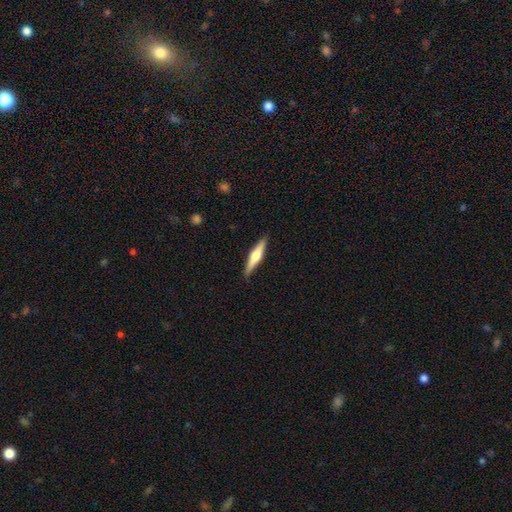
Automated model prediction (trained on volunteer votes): The model was most divided on "smooth or featured": featured or disk: 59%, smooth: 36%, star or artifact: 6%. More confident: edge-on disk — yes (97%); merging — none (88%); edge-on bulge — rounded (87%).